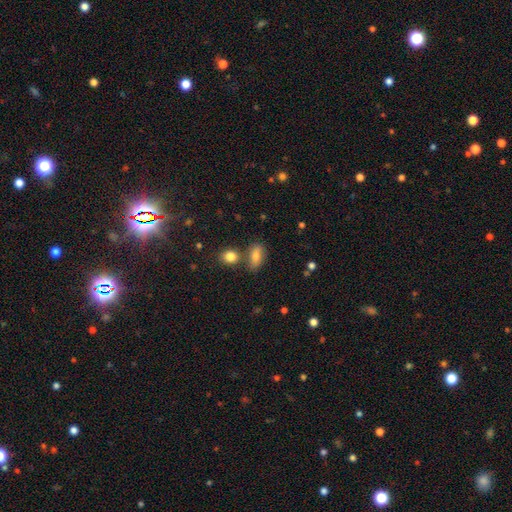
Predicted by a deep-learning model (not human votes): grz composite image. It shows a smooth galaxy with no disk features (78%) that is in between round and cigar-shaped (79%). Merging: none (67%).